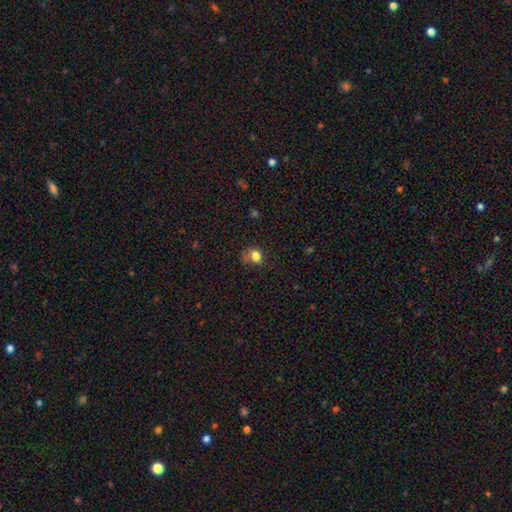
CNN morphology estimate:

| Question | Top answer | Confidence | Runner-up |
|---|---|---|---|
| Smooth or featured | smooth | 80% | star or artifact (13%) |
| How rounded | round | 60% | in between (39%) |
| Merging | none | 50% | minor disturbance (30%) |